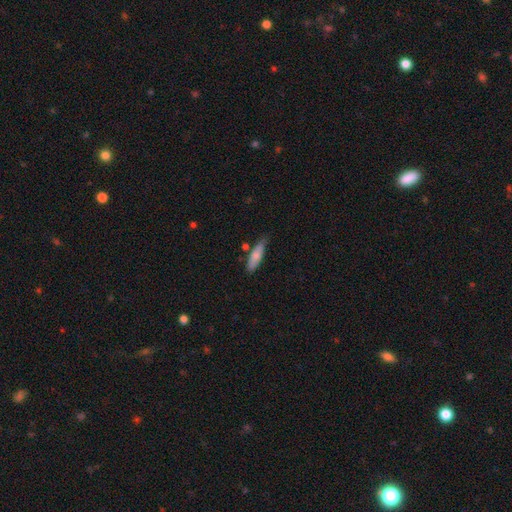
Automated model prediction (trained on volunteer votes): This appears to be a smooth galaxy with no disk features (76%) that is cigar-shaped (59%). Merging: none (65%).